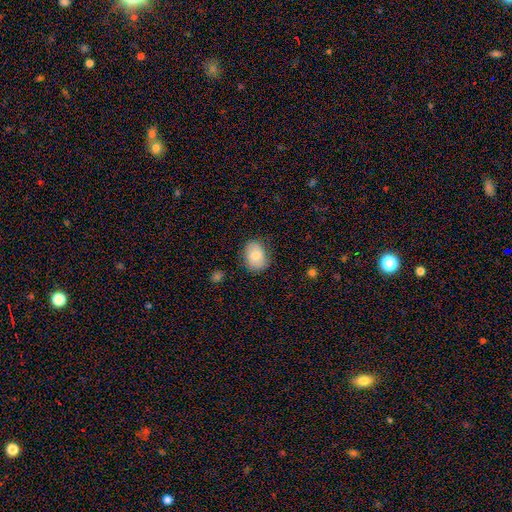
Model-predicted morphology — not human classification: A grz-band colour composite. It shows a smooth galaxy with no disk features (76%) that is in between round and cigar-shaped (61%). Merging: none (79%).